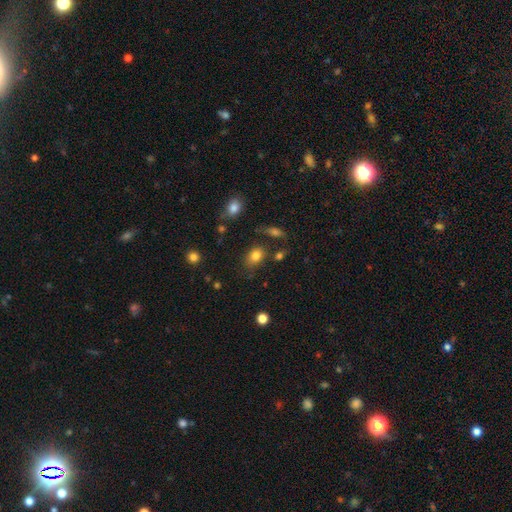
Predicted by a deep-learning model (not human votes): This is clearly a smooth galaxy (81%). How rounded: likely in between (70%). Merging: likely none (72%).